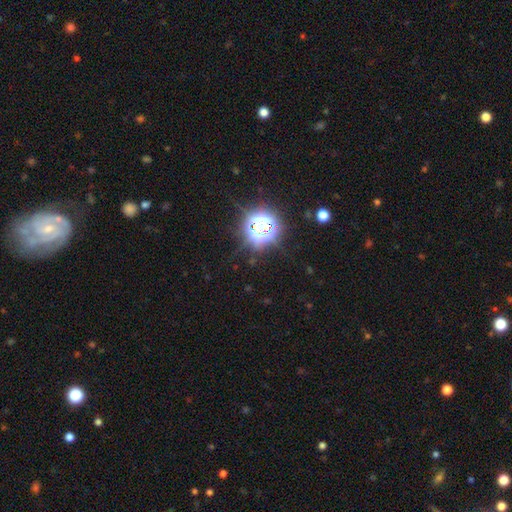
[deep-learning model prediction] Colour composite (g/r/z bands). It shows a star or artifact, not a galaxy (80%).